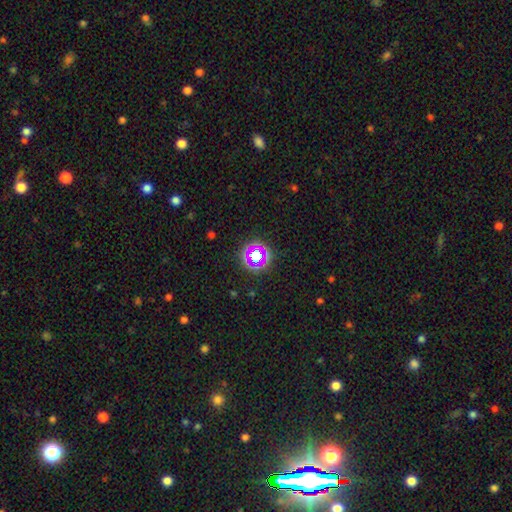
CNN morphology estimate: smooth-or-featured: star or artifact: 55% | smooth: 32% | featured or disk: 13%